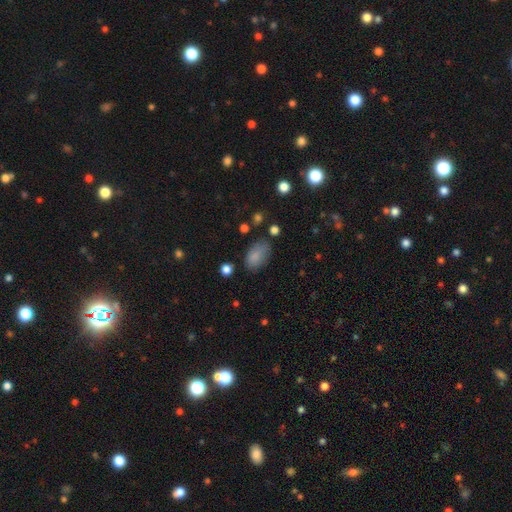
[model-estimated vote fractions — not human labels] A smooth galaxy with no disk features (84%) that is in between round and cigar-shaped (91%). Merging: none (67%).